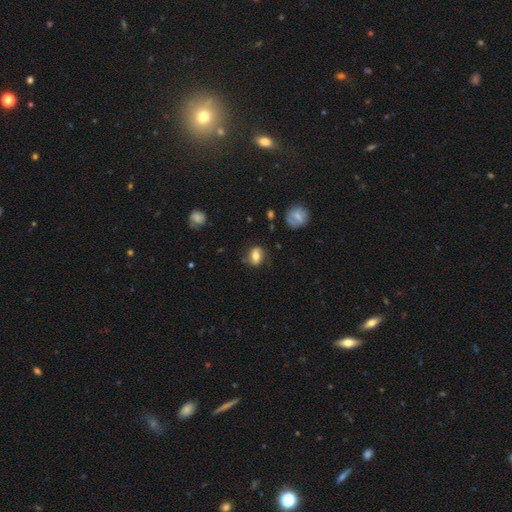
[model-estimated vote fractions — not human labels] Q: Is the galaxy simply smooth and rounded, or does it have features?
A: smooth — 55%.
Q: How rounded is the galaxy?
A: in between — 61%.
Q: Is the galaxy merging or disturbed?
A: none — 70%.